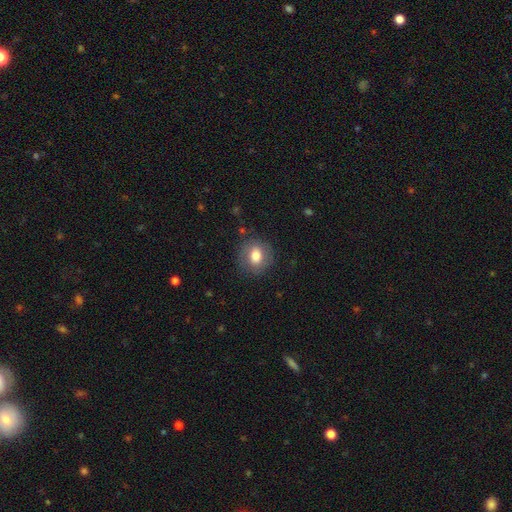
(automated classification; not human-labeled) Smooth or featured?
  - smooth: 76% *
  - featured or disk: 16%
  - star or artifact: 9%
How rounded?
  - round: 67% *
  - in between: 32%
  - cigar-shaped: 1%
Merging?
  - none: 81% *
  - minor disturbance: 13%
  - major disturbance: 5%
  - merger: 1%